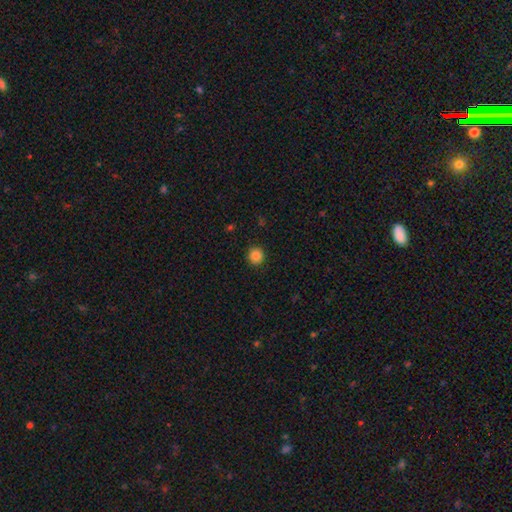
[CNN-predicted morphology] A smooth galaxy with no disk features (86%) that is round (93%).

Vote fractions:
- Smooth or featured? smooth: 86% / star or artifact: 10% / featured or disk: 3%
- How rounded? round: 93% / in between: 7% / cigar-shaped: 1%
- Merging? none: 92% / minor disturbance: 5% / major disturbance: 2% / merger: 1%